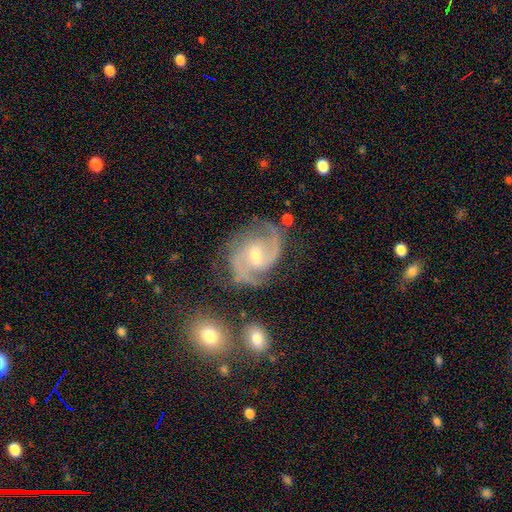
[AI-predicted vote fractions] This is clearly a featured or disk galaxy (90%). It is clearly not viewed edge-on (98%). Bar: possibly weak (55%). Spiral arm pattern: clearly yes (98%). Spiral arm count: clearly 2 (83%). Spiral winding: possibly medium (60%). Central bulge: possibly moderate (49%). Merging: likely none (71%).